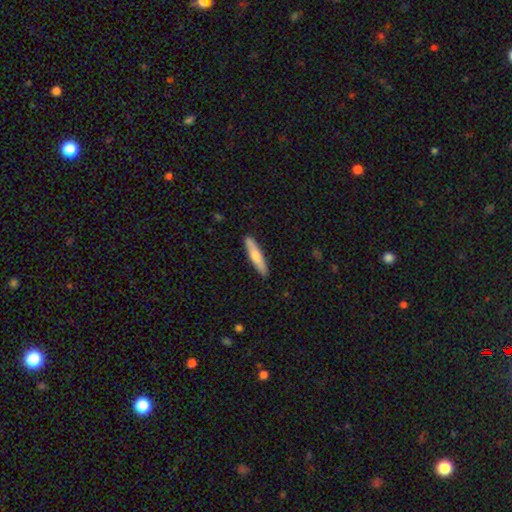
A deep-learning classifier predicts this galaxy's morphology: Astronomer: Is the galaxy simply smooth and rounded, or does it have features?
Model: smooth — 62%.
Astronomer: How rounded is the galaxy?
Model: cigar-shaped — 85%.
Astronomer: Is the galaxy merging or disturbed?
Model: none — 90%.